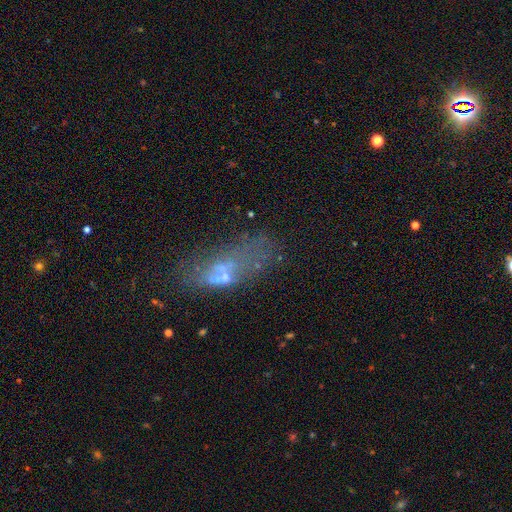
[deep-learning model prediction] Smooth or featured?
  - featured or disk: 41% *
  - smooth: 36%
  - star or artifact: 23%
Merging?
  - none: 36% *
  - major disturbance: 28%
  - minor disturbance: 19%
  - merger: 16%